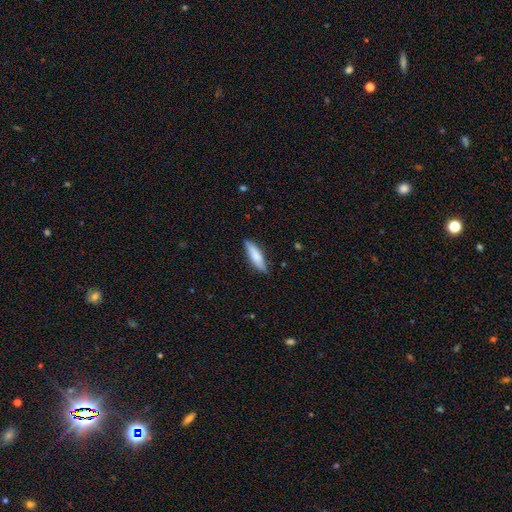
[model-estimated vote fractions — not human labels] smooth 78%, featured or disk 17%, star or artifact 6%. Down the decision tree: how rounded — cigar-shaped (63%); merging — none (81%).